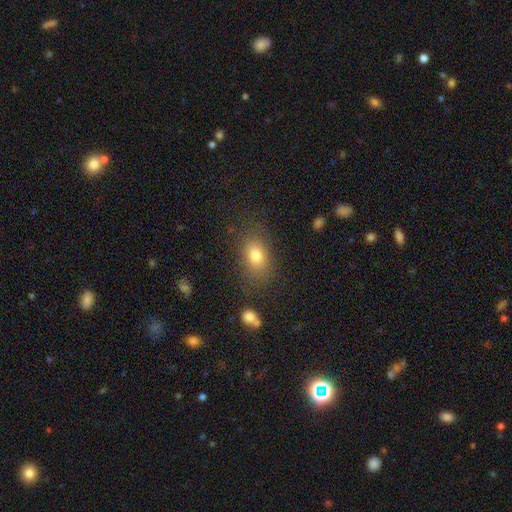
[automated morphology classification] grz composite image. It shows a smooth galaxy with no disk features (78%) that is in between round and cigar-shaped (76%). Merging: none (78%).